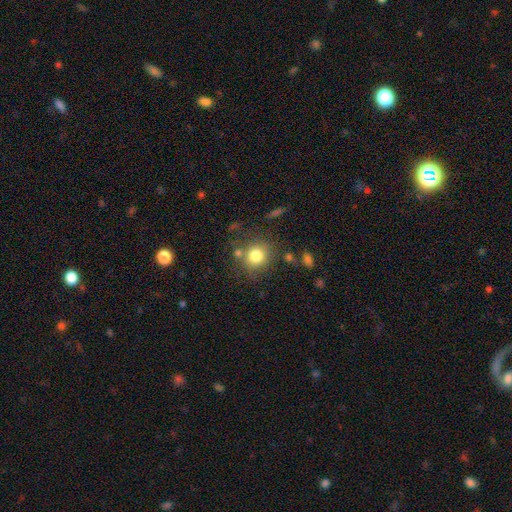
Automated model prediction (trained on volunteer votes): Q: Smooth or featured?
A: smooth (80%); runner-up: star or artifact (12%)
Q: How rounded?
A: round (84%); runner-up: in between (15%)
Q: Merging?
A: none (73%); runner-up: minor disturbance (13%)